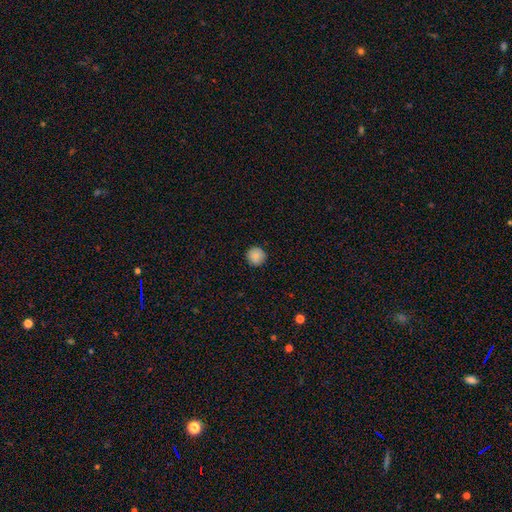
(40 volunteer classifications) Overall: smooth (80%). How rounded: round (100%). Merging: none (83%).